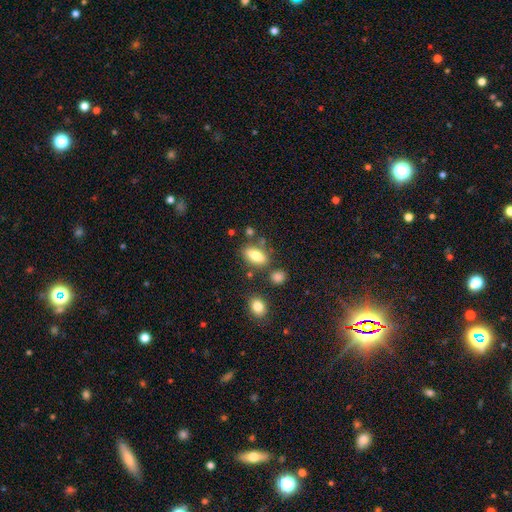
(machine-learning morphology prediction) Q: Smooth or featured?
A: smooth (76%); runner-up: featured or disk (15%)
Q: How rounded?
A: in between (81%); runner-up: cigar-shaped (13%)
Q: Merging?
A: none (72%); runner-up: minor disturbance (14%)